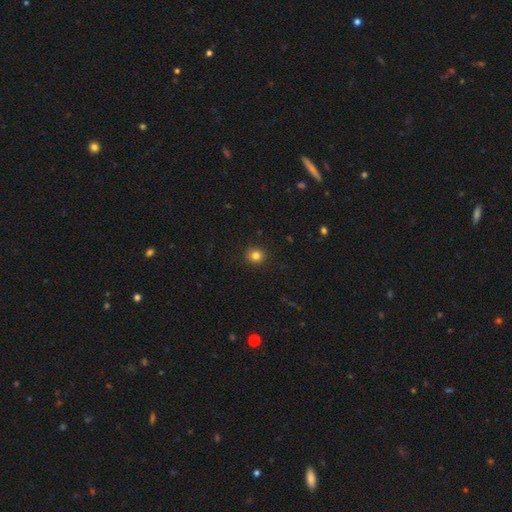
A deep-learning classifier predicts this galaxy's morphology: A smooth galaxy with no disk features (82%) that is round (92%).

Vote fractions:
- Smooth or featured? smooth: 82% / star or artifact: 13% / featured or disk: 6%
- How rounded? round: 92% / in between: 7% / cigar-shaped: 1%
- Merging? none: 92% / minor disturbance: 5% / major disturbance: 2% / merger: 1%